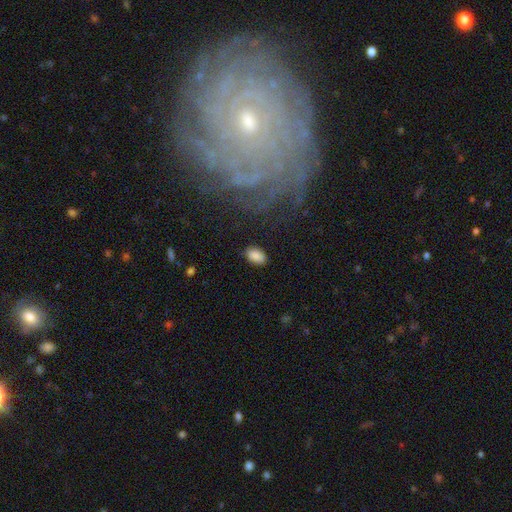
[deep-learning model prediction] Smooth or featured?
  - smooth: 87% *
  - star or artifact: 8%
  - featured or disk: 5%
How rounded?
  - in between: 91% *
  - round: 8%
  - cigar-shaped: 1%
Merging?
  - none: 84% *
  - minor disturbance: 12%
  - major disturbance: 3%
  - merger: 1%